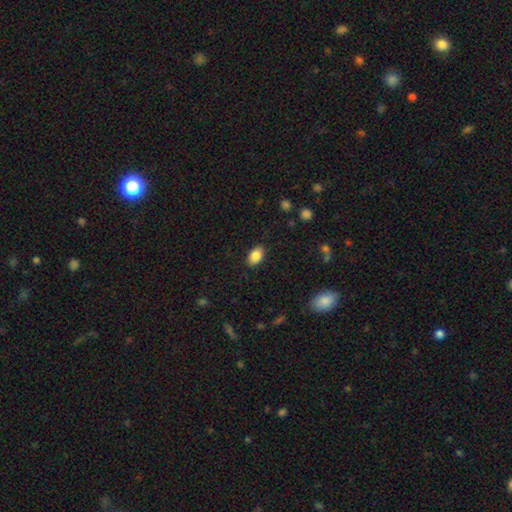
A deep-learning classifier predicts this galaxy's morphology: Smooth or featured? Predicted: smooth (p=0.87). How rounded? Predicted: in between (p=0.88). Merging? Predicted: none (p=0.87).